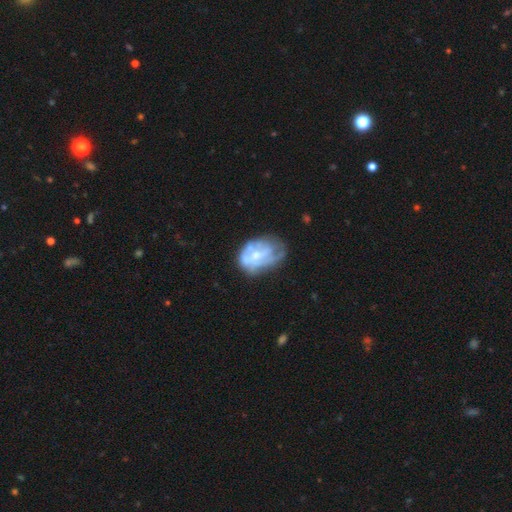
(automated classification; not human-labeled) featured or disk 64%, smooth 29%, star or artifact 8%. Down the decision tree: edge-on disk — no (97%); bar — no (70%); spiral arms — no (56%); bulge size — small (45%); merging — none (41%).